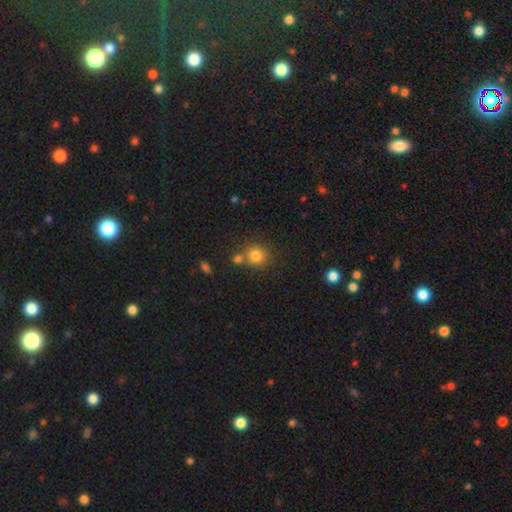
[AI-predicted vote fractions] A smooth galaxy with no disk features (80%) that is round (86%).

Vote fractions:
- Smooth or featured? smooth: 80% / star or artifact: 12% / featured or disk: 8%
- How rounded? round: 86% / in between: 13% / cigar-shaped: 1%
- Merging? none: 64% / merger: 22% / minor disturbance: 10% / major disturbance: 3%